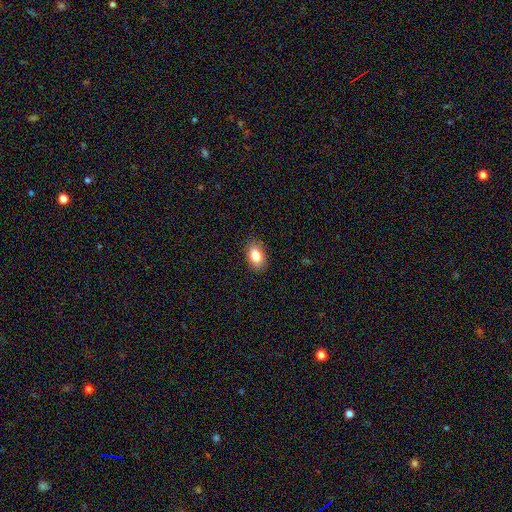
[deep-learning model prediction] A smooth galaxy with no disk features (83%) that is in between round and cigar-shaped (90%). Merging: none (87%).